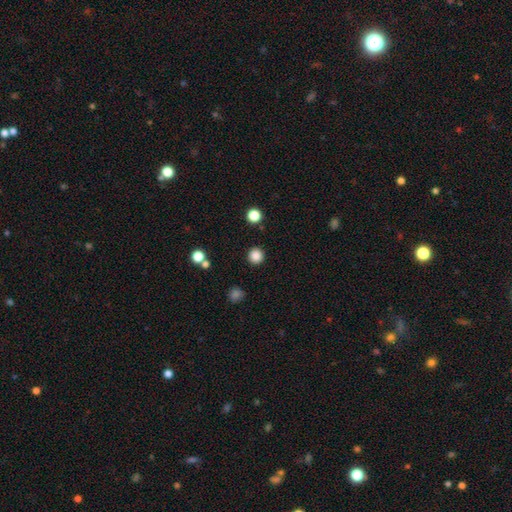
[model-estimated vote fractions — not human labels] Smooth or featured: smooth — 85% (star or artifact — 12%)
How rounded: round — 95% (in between — 4%)
Merging: none — 91% (minor disturbance — 5%)